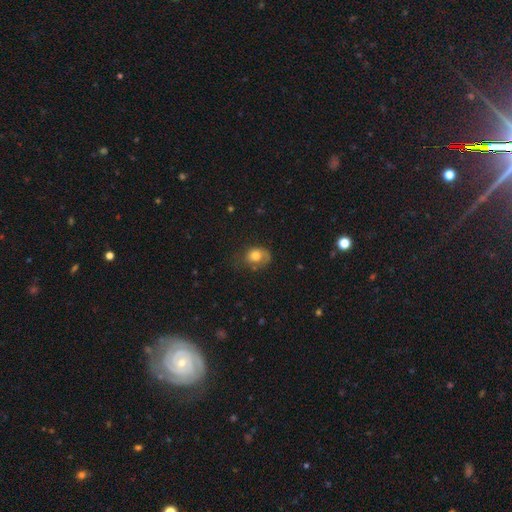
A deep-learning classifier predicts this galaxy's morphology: The model was most divided on "how rounded": in between: 53%, round: 46%, cigar-shaped: 1%. Remaining: smooth or featured — smooth (68%); merging — none (46%).